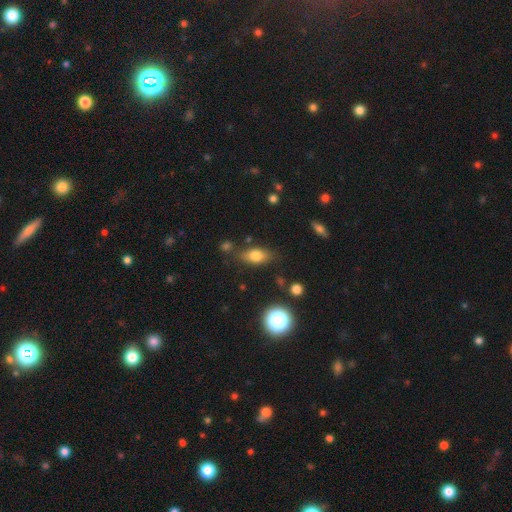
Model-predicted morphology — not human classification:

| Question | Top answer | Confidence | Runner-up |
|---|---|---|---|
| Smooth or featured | smooth | 76% | featured or disk (14%) |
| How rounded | in between | 82% | round (9%) |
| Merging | none | 75% | minor disturbance (16%) |